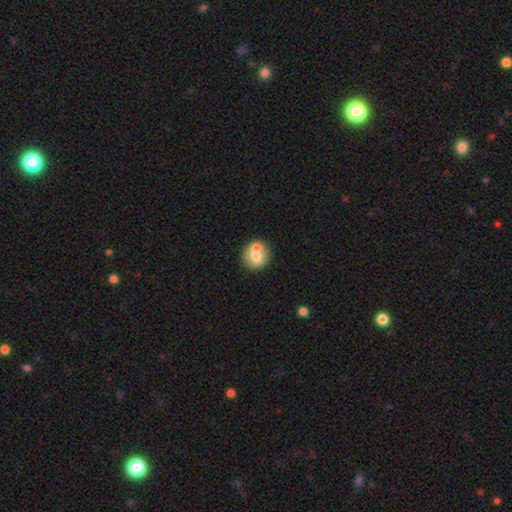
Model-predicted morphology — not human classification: The model was most divided on "merging": none: 55%, merger: 32%, minor disturbance: 10%, major disturbance: 3%. More confident: how rounded — round (85%); smooth or featured — smooth (70%).